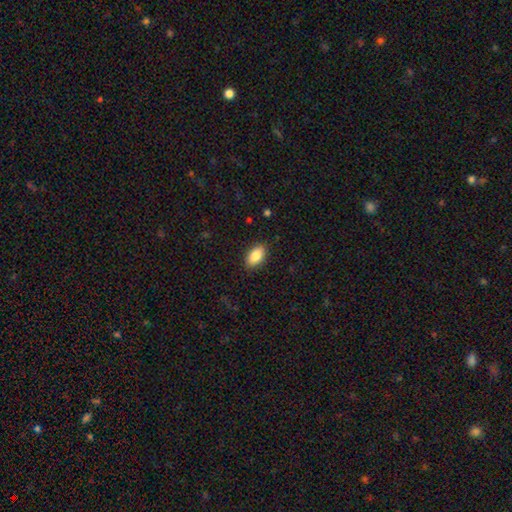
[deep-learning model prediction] smooth_or_featured: smooth (p=0.85) [alt: featured or disk p=0.07]
how_rounded: in between (p=0.93) [alt: round p=0.04]
merging: none (p=0.88) [alt: minor disturbance p=0.08]